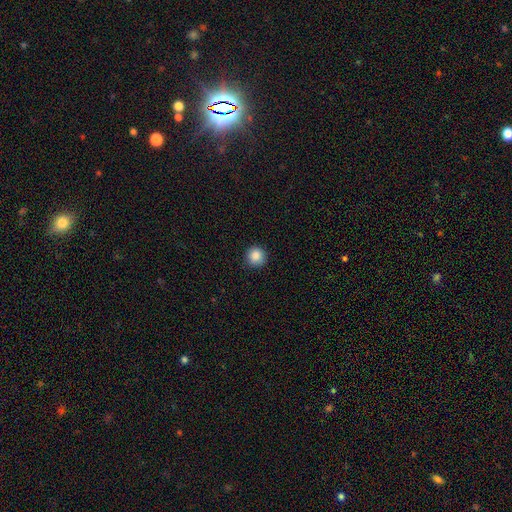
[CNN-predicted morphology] type=smooth (87%); roundness=round (95%); merging=none (91%).